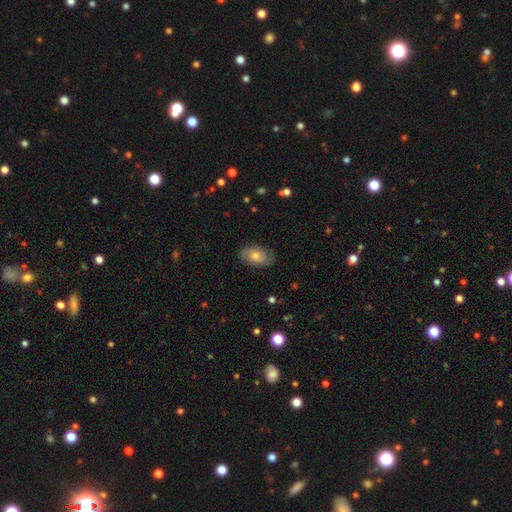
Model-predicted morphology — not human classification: Overall: smooth (45%, tied with featured or disk). Merging: none (81%).